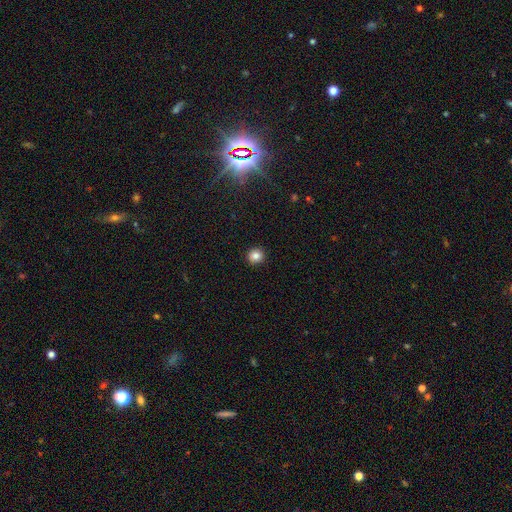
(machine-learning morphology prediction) The model was most divided on "smooth or featured": smooth: 84%, star or artifact: 11%, featured or disk: 5%. More confident: merging — none (93%); how rounded — round (92%).